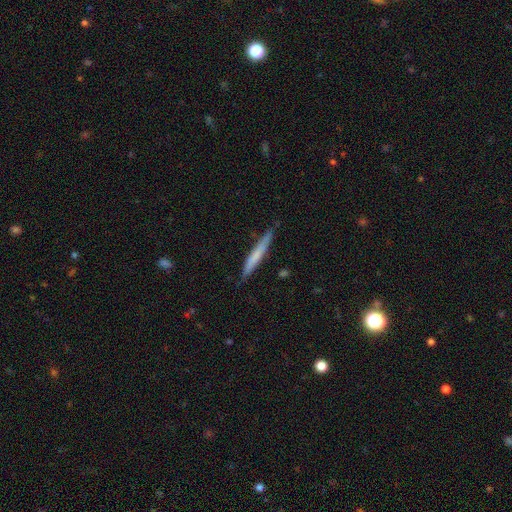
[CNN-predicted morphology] Smooth or featured?
  - smooth: 62% *
  - featured or disk: 33%
  - star or artifact: 5%
How rounded?
  - cigar-shaped: 96% *
  - in between: 3%
  - round: 1%
Merging?
  - none: 85% *
  - minor disturbance: 12%
  - major disturbance: 2%
  - merger: 1%